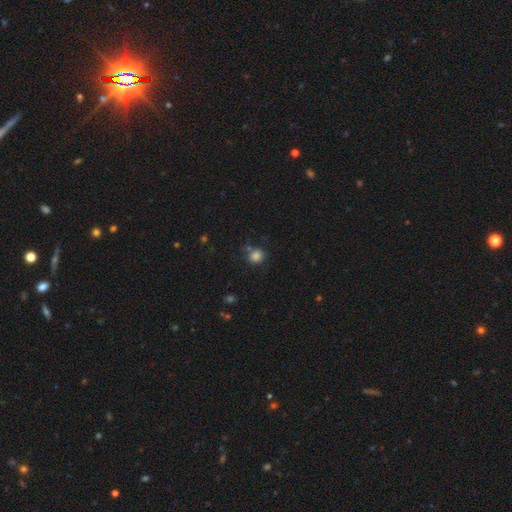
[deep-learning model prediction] Overall: smooth (83%). How rounded: round (82%). Merging: none (73%).